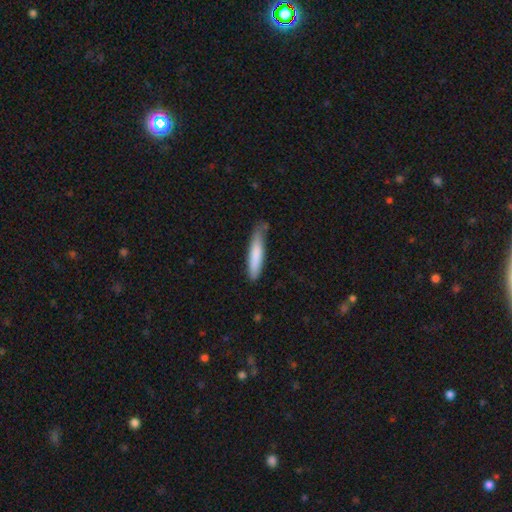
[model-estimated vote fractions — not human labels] smooth 80%, featured or disk 15%, star or artifact 5%. Down the decision tree: how rounded — cigar-shaped (87%); merging — none (68%).